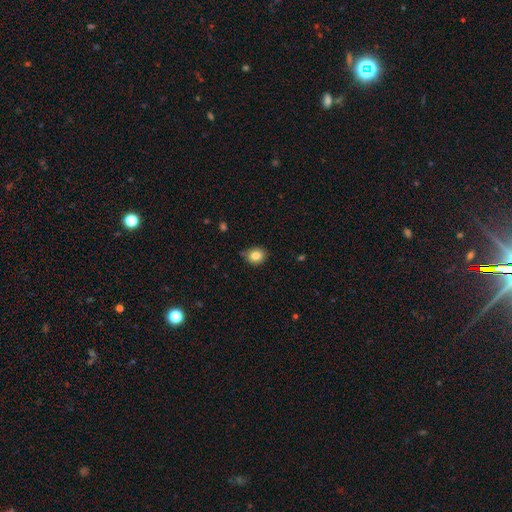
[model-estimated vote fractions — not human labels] Smooth or featured: smooth — 83% (star or artifact — 10%)
How rounded: round — 74% (in between — 26%)
Merging: none — 79% (minor disturbance — 16%)